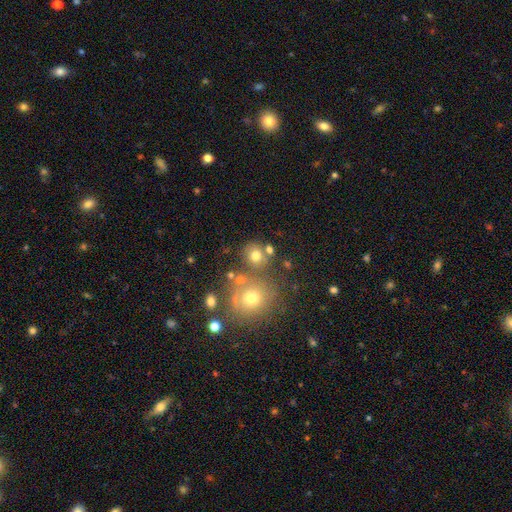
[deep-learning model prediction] The model was most divided on "merging": none: 68%, merger: 17%, minor disturbance: 10%, major disturbance: 5%. More confident: how rounded — round (86%); smooth or featured — smooth (72%).